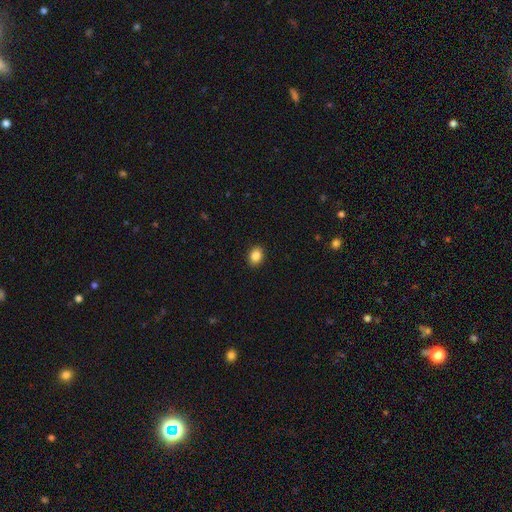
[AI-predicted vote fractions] Morphology: type=smooth (86%); roundness=in between (57%); merging=none (91%).